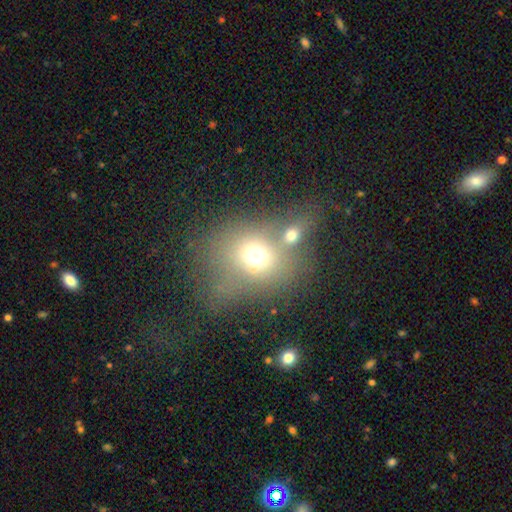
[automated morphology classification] Smooth or featured? Predicted: smooth (p=0.63). How rounded? Predicted: round (p=0.55). Merging? Predicted: merger (p=0.44).